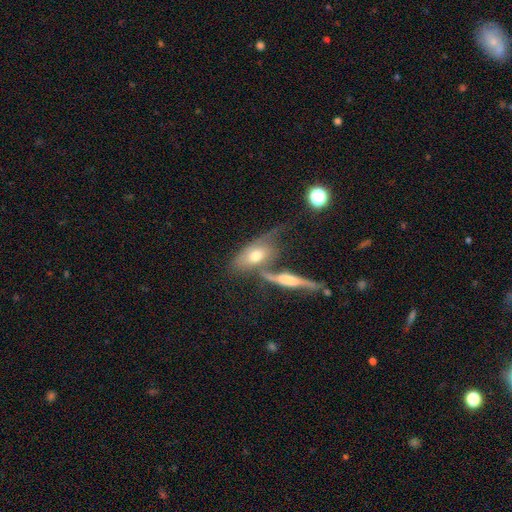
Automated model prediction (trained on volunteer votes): Q: Smooth or featured?
A: smooth (51%); runner-up: featured or disk (41%)
Q: How rounded?
A: in between (78%); runner-up: cigar-shaped (16%)
Q: Merging?
A: merger (51%); runner-up: none (24%)